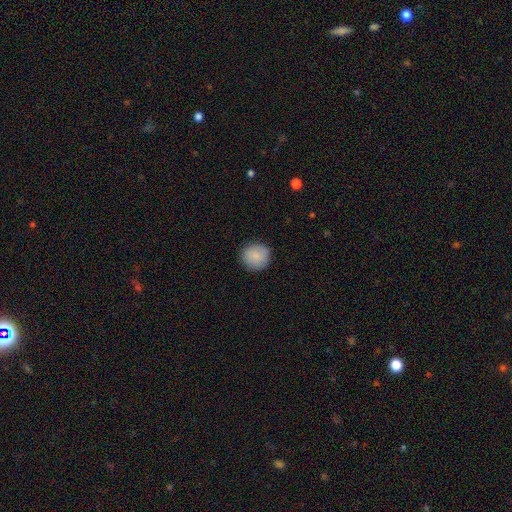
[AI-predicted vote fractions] This appears to be a smooth galaxy with no disk features (87%) that is round (93%). Merging: none (90%).